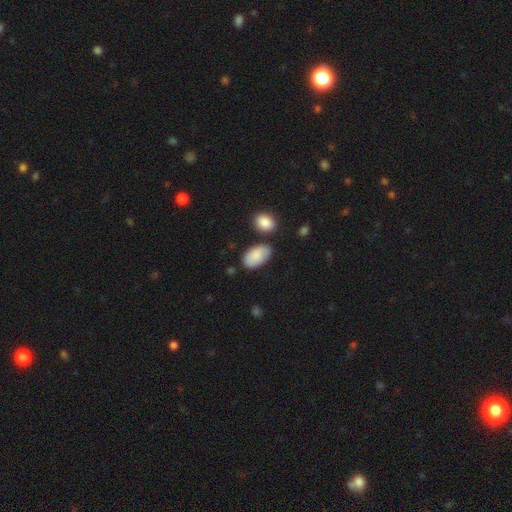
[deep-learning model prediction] This appears to be a smooth galaxy with no disk features (87%) that is in between round and cigar-shaped (95%). Merging: none (70%).